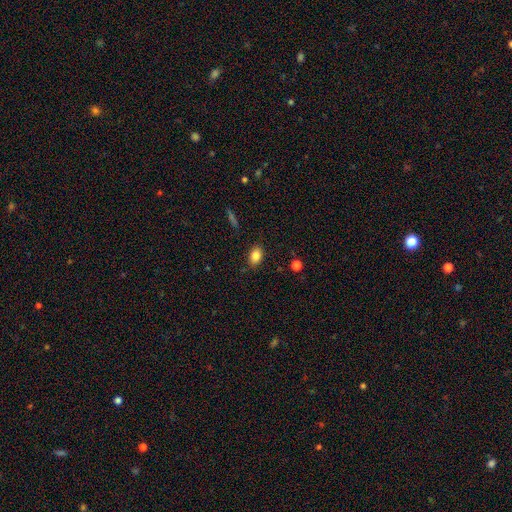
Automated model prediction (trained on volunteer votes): Q: Smooth or featured?
A: smooth (85%); runner-up: star or artifact (9%)
Q: How rounded?
A: in between (83%); runner-up: round (15%)
Q: Merging?
A: none (85%); runner-up: minor disturbance (11%)